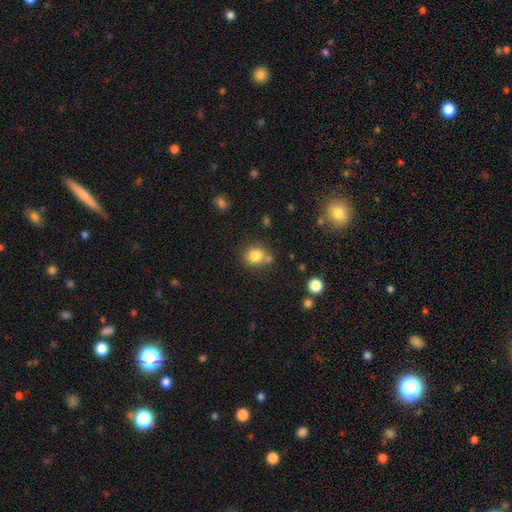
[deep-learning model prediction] Smooth or featured: smooth — 82% (star or artifact — 11%)
How rounded: round — 77% (in between — 22%)
Merging: none — 62% (merger — 20%)